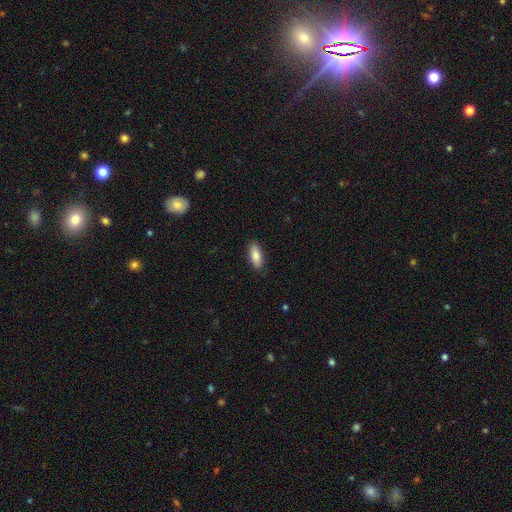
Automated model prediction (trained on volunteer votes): Smooth or featured? smooth (85%)
How rounded? in between (76%)
Merging? none (88%)